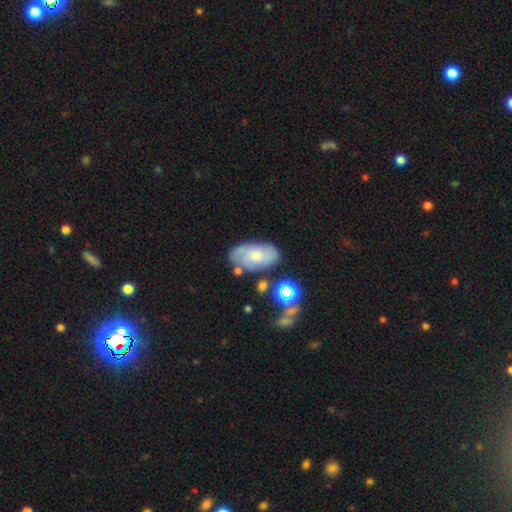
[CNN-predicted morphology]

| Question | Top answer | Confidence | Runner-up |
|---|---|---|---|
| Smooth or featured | smooth | 48% | featured or disk (42%) |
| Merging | none | 65% | minor disturbance (20%) |